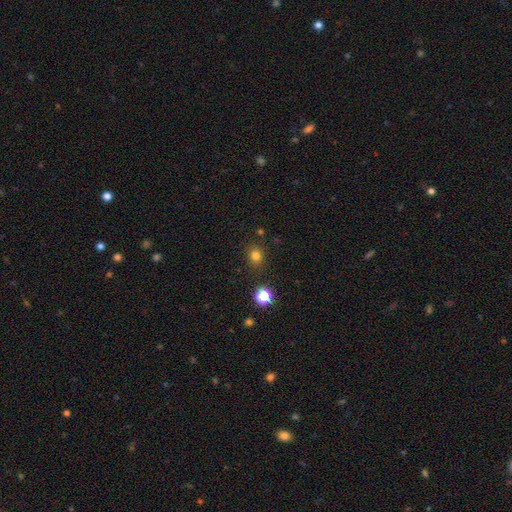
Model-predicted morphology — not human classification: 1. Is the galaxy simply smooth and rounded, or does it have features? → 78% smooth, 17% star or artifact, 5% featured or disk.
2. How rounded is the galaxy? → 80% round, 19% in between, 1% cigar-shaped.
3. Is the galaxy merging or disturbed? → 86% none, 9% minor disturbance, 3% major disturbance, 3% merger.